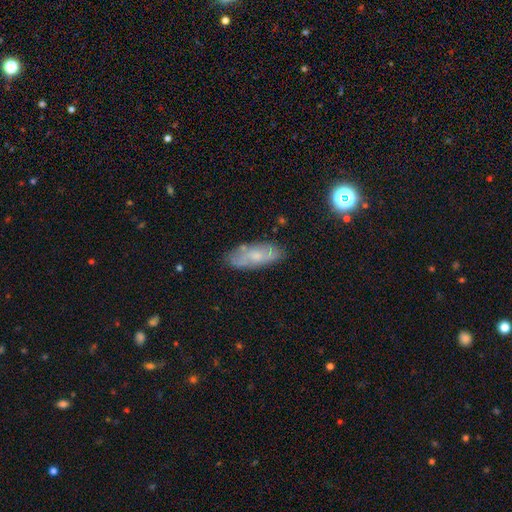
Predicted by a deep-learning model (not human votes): Q: Smooth or featured?
A: smooth (48%); runner-up: featured or disk (43%)
Q: Merging?
A: none (74%); runner-up: minor disturbance (19%)